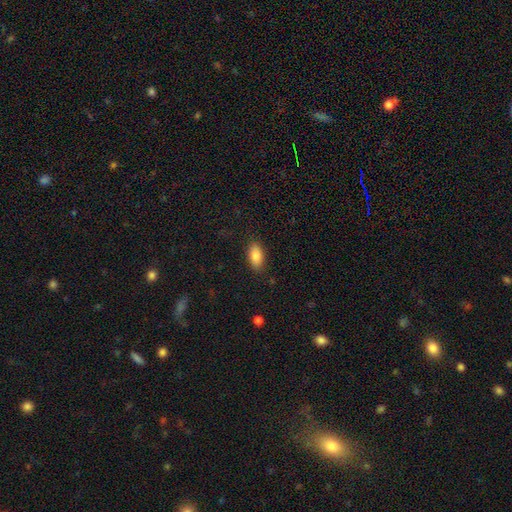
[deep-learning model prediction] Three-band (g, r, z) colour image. It shows a smooth galaxy with no disk features (87%) that is in between round and cigar-shaped (90%). Merging: none (87%).